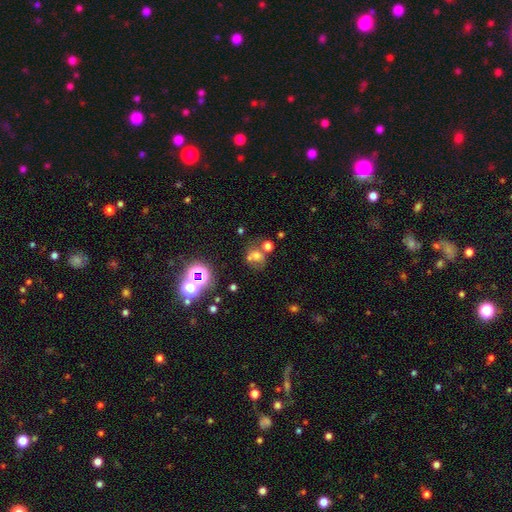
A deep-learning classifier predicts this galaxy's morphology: Smooth or featured? Predicted: smooth (p=0.53). How rounded? Predicted: round (p=0.64). Merging? Predicted: none (p=0.44).